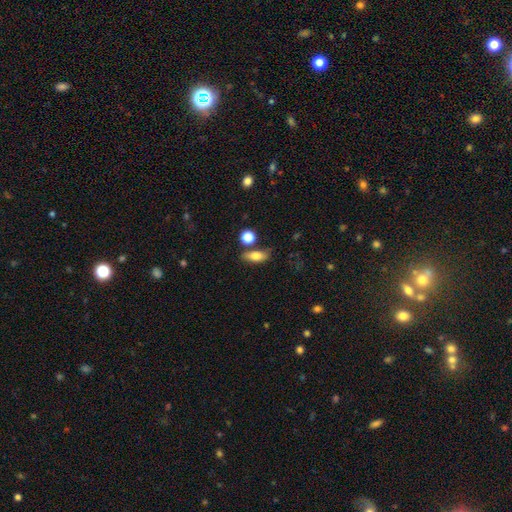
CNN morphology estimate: Q: Smooth or featured?
A: smooth (74%); runner-up: featured or disk (18%)
Q: How rounded?
A: in between (71%); runner-up: cigar-shaped (20%)
Q: Merging?
A: none (67%); runner-up: minor disturbance (18%)